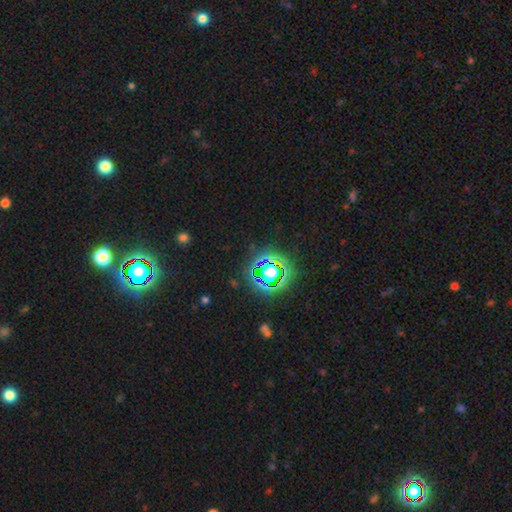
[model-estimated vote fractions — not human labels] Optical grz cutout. It shows a star or artifact, not a galaxy (80%).